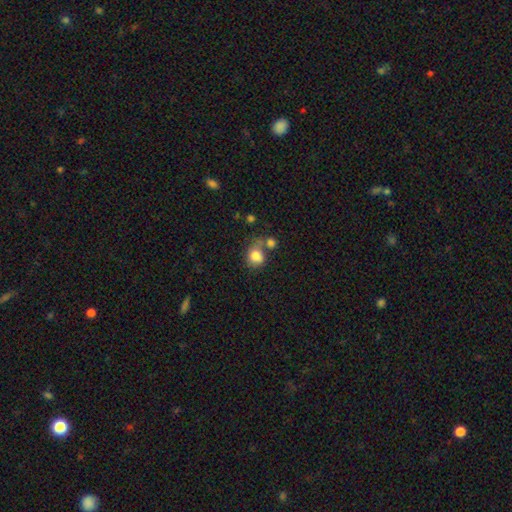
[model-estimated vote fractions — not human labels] A smooth galaxy with no disk features (80%) that is round (60%).

Vote fractions:
- Smooth or featured? smooth: 80% / featured or disk: 10% / star or artifact: 10%
- How rounded? round: 60% / in between: 39% / cigar-shaped: 1%
- Merging? none: 41% / merger: 31% / minor disturbance: 18% / major disturbance: 10%